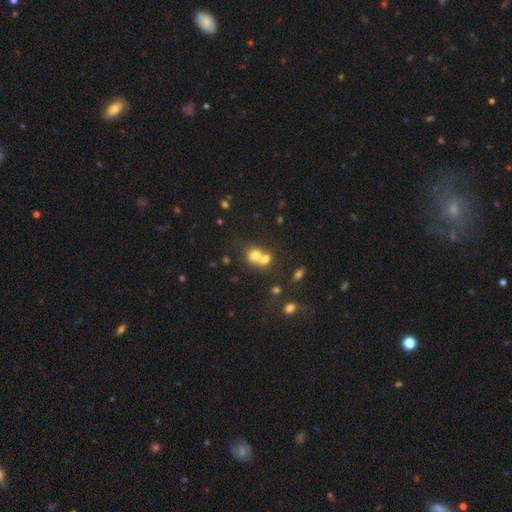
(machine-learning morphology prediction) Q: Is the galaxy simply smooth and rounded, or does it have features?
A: smooth — 71%.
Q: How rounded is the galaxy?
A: round — 67%.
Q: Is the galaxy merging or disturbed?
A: merger — 61%.